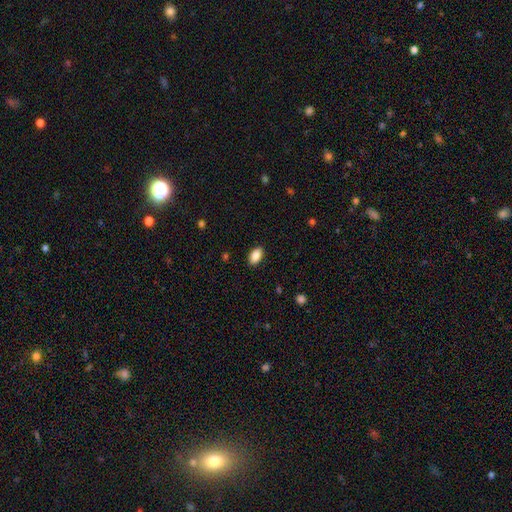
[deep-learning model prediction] A smooth galaxy with no disk features (88%) that is in between round and cigar-shaped (93%). Merging: none (89%).